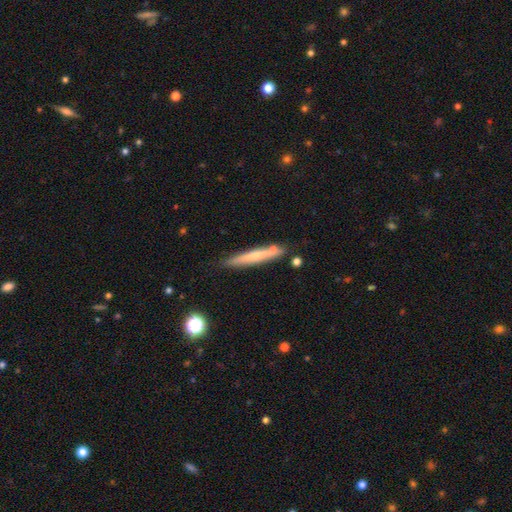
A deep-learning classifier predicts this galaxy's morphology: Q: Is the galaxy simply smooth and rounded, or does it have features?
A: smooth — 59%.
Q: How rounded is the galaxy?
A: cigar-shaped — 95%.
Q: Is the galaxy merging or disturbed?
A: none — 79%.